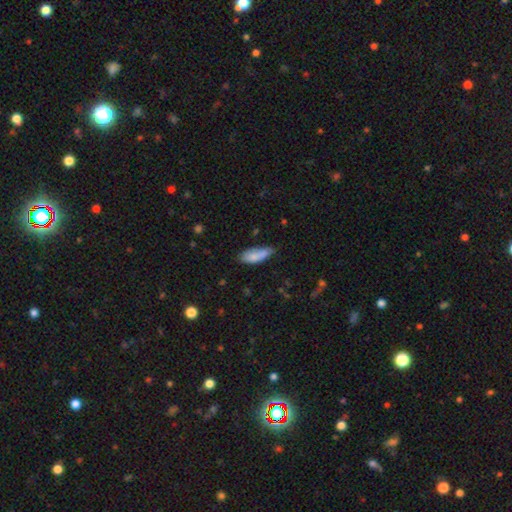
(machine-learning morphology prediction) Smooth or featured?
  - smooth: 81% *
  - featured or disk: 12%
  - star or artifact: 7%
How rounded?
  - in between: 72% *
  - cigar-shaped: 26%
  - round: 2%
Merging?
  - none: 52% *
  - minor disturbance: 34%
  - major disturbance: 7%
  - merger: 7%